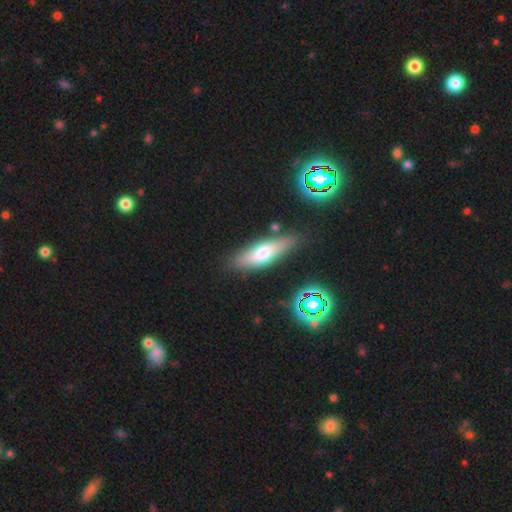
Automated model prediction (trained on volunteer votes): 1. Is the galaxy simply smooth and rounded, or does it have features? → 46% smooth, 37% featured or disk, 17% star or artifact.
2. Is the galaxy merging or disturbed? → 82% none, 12% minor disturbance, 3% merger, 3% major disturbance.